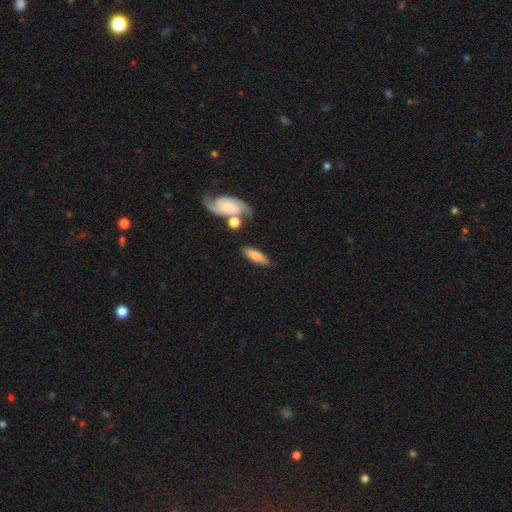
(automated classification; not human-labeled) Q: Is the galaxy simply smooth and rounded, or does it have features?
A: smooth — 66%.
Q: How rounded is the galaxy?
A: cigar-shaped — 51%.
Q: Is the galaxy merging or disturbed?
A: none — 70%.